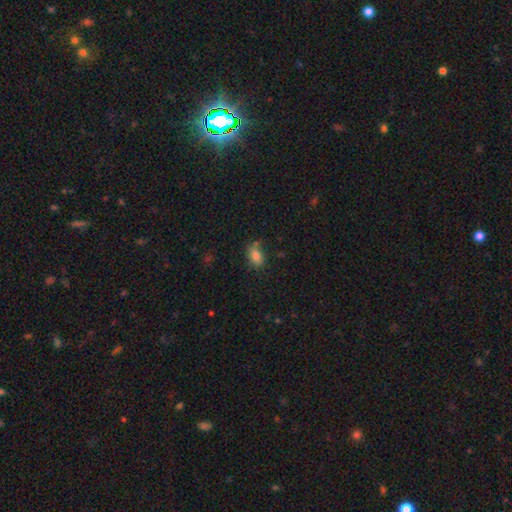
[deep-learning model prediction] Overall: smooth (82%). How rounded: in between (84%). Merging: none (67%).